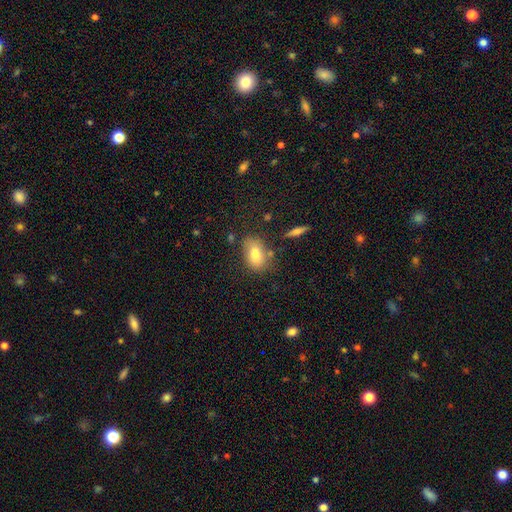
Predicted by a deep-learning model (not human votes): Smooth or featured?
  - smooth: 77% *
  - featured or disk: 14%
  - star or artifact: 9%
How rounded?
  - in between: 82% *
  - round: 16%
  - cigar-shaped: 2%
Merging?
  - none: 64% *
  - minor disturbance: 19%
  - merger: 11%
  - major disturbance: 6%